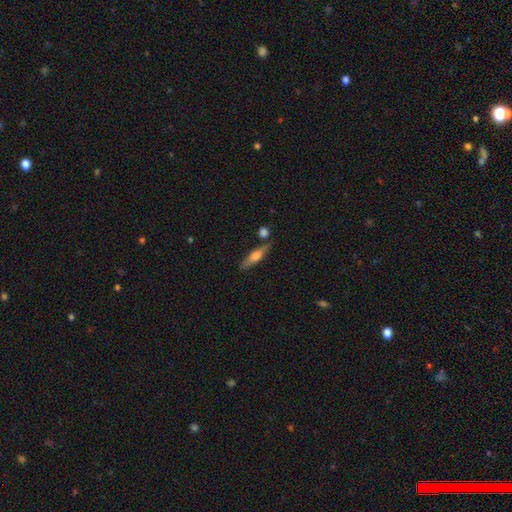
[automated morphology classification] Q: Smooth or featured?
A: featured or disk (51%); runner-up: smooth (43%)
Q: Edge-on disk?
A: yes (94%); runner-up: no (6%)
Q: Merging?
A: none (78%); runner-up: minor disturbance (11%)